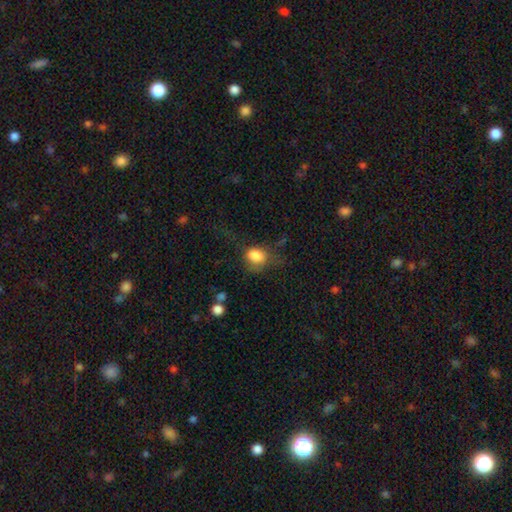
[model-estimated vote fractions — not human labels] smooth 79%, featured or disk 12%, star or artifact 9%. Down the decision tree: how rounded — in between (59%); merging — major disturbance (36%).